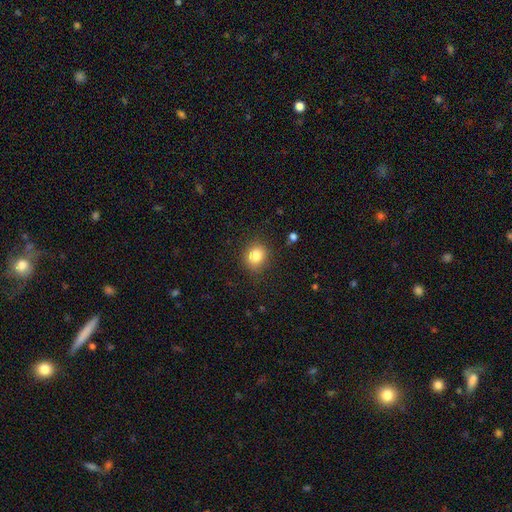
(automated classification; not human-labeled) This appears to be a smooth galaxy with no disk features (83%) that is round (76%). Merging: none (84%).